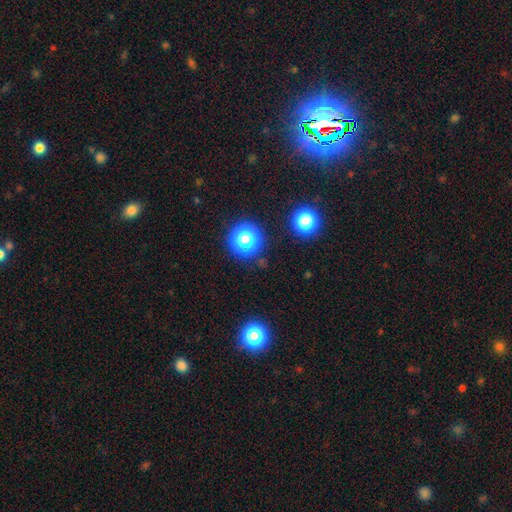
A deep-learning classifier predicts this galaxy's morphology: Smooth or featured? star or artifact (71%)